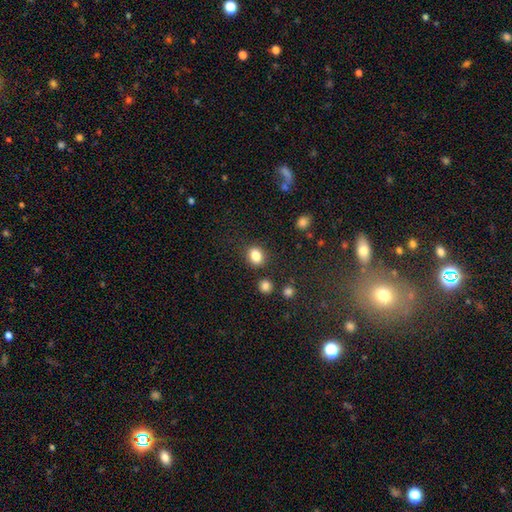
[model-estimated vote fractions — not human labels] This appears to be a smooth galaxy with no disk features (84%) that is in between round and cigar-shaped (52%). Merging: none (81%).